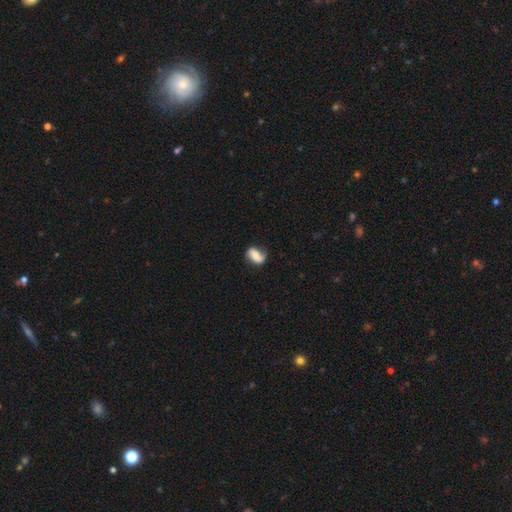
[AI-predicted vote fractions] A smooth galaxy with no disk features (48%).

Vote fractions:
- Smooth or featured? smooth: 48% / featured or disk: 44% / star or artifact: 8%
- Merging? none: 60% / minor disturbance: 26% / major disturbance: 11% / merger: 3%